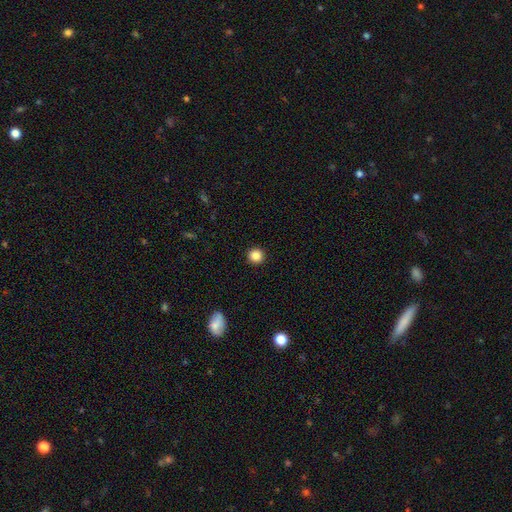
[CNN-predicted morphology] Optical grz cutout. It shows a smooth galaxy with no disk features (86%) that is round (94%). Merging: none (93%).